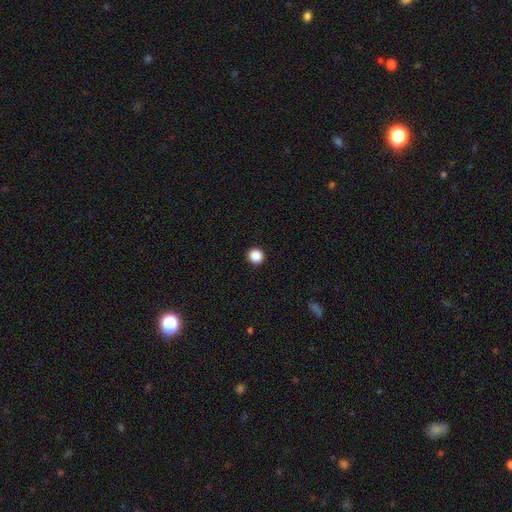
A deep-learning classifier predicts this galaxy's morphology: A smooth galaxy with no disk features (88%) that is round (95%). Merging: none (94%).